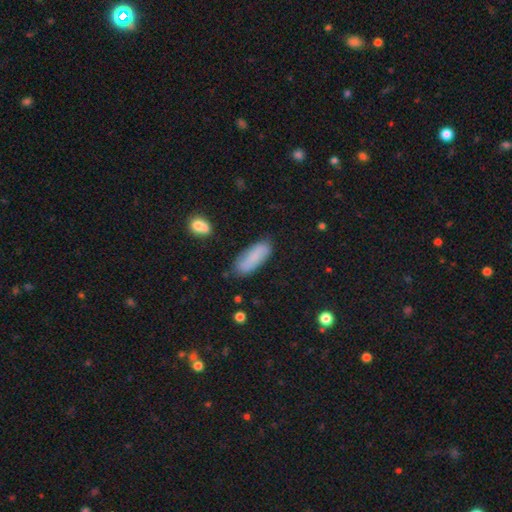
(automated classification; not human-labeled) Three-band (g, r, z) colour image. It shows a smooth galaxy with no disk features (79%) that is in between round and cigar-shaped (66%). Merging: none (77%).